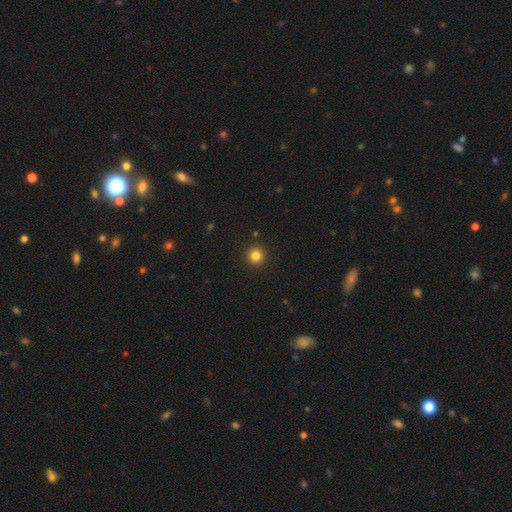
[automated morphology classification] Smooth or featured?
  - smooth: 83% *
  - star or artifact: 12%
  - featured or disk: 4%
How rounded?
  - round: 95% *
  - in between: 4%
  - cigar-shaped: 1%
Merging?
  - none: 93% *
  - minor disturbance: 5%
  - major disturbance: 2%
  - merger: 1%